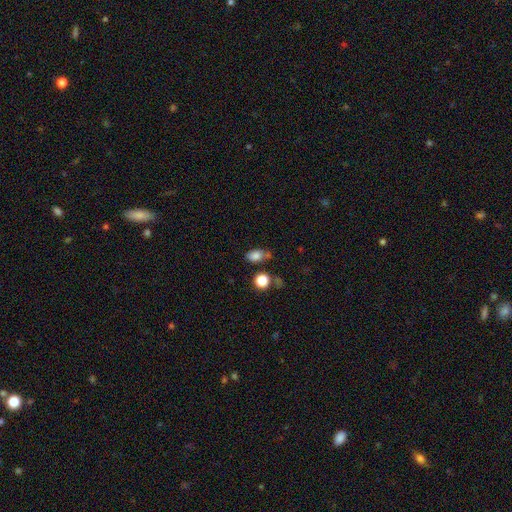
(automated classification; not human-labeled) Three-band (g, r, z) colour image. It shows a smooth galaxy with no disk features (81%) that is in between round and cigar-shaped (78%). Merging: none (62%).